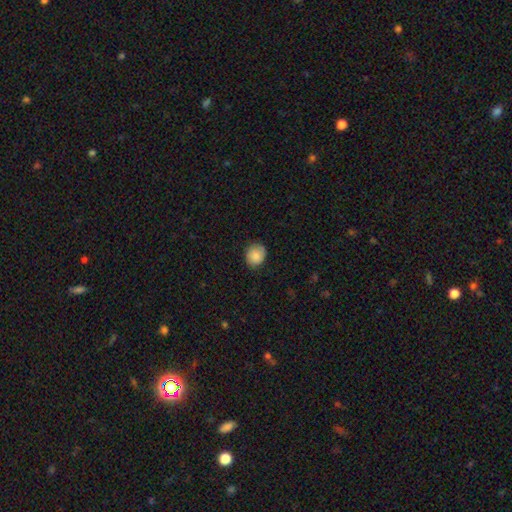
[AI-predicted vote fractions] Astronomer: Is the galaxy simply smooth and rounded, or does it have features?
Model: smooth — 78%.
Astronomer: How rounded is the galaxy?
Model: round — 73%.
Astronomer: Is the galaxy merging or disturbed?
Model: none — 76%.